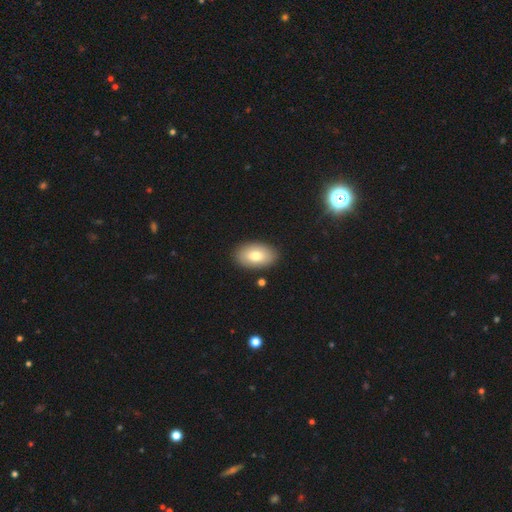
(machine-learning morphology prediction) smooth_or_featured: smooth (p=0.76) [alt: featured or disk p=0.17]
how_rounded: in between (p=0.93) [alt: round p=0.06]
merging: none (p=0.87) [alt: minor disturbance p=0.09]